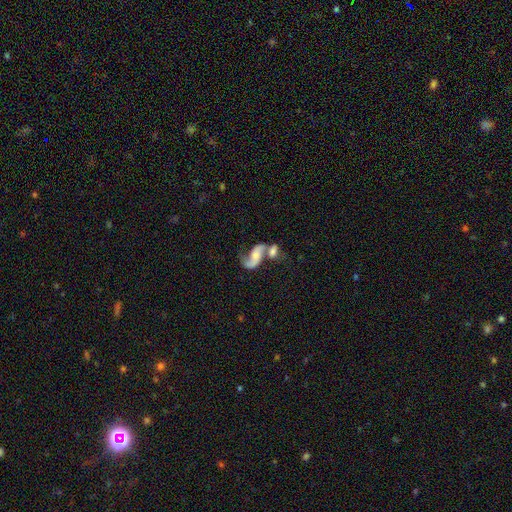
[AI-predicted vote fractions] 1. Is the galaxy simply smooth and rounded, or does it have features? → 72% featured or disk, 21% smooth, 7% star or artifact.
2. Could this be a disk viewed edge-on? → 96% no, 4% yes.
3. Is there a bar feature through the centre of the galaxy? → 58% no, 30% weak, 12% strong.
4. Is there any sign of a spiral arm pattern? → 90% yes, 10% no.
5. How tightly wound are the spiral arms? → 69% loose, 24% medium, 7% tight.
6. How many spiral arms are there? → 70% 2, 24% 1, 4% can't tell, 1% 3, 1% 4, 1% more than 4.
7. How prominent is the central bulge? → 37% moderate (tied), 37% small (tied), 15% none, 9% large, 2% dominant.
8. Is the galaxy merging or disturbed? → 57% merger, 20% none, 13% major disturbance, 9% minor disturbance.